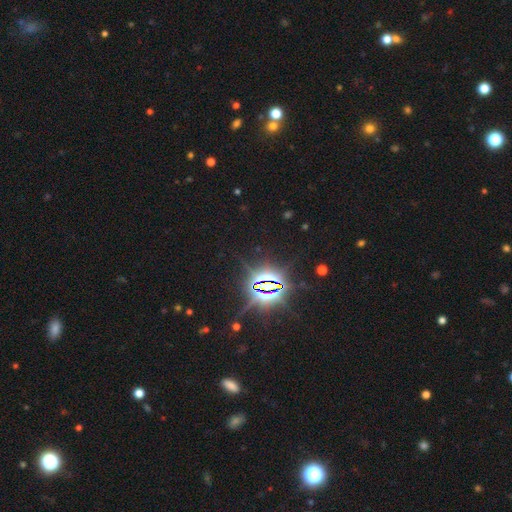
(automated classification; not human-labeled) star or artifact 83%, smooth 10%, featured or disk 7%.